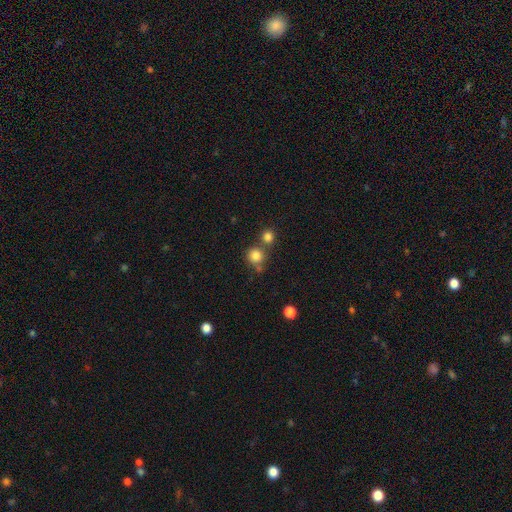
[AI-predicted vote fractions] smooth_or_featured: smooth (p=0.82) [alt: star or artifact p=0.12]
how_rounded: round (p=0.90) [alt: in between p=0.09]
merging: none (p=0.60) [alt: merger p=0.27]